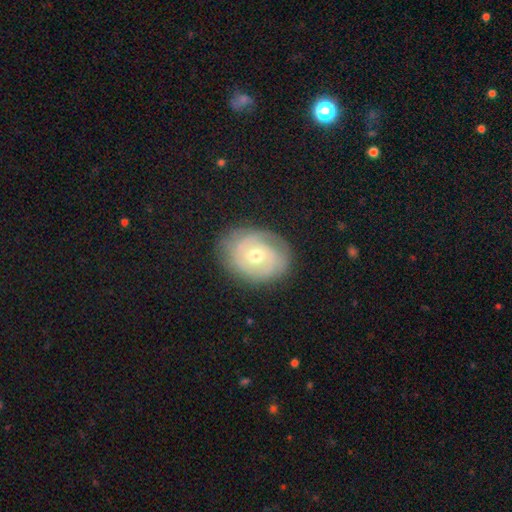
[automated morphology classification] A featured or disk galaxy (69%) with no bar (70%), 2 (39%) tight (67%) spiral arms (81%) and a moderate central bulge (68%). Merging: none (79%).